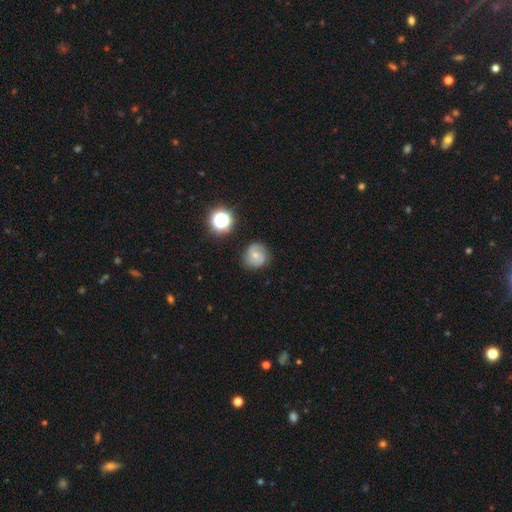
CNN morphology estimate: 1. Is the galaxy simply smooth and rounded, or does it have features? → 45% smooth, 43% featured or disk, 12% star or artifact.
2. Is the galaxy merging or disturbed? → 80% none, 15% minor disturbance, 4% major disturbance, 2% merger.